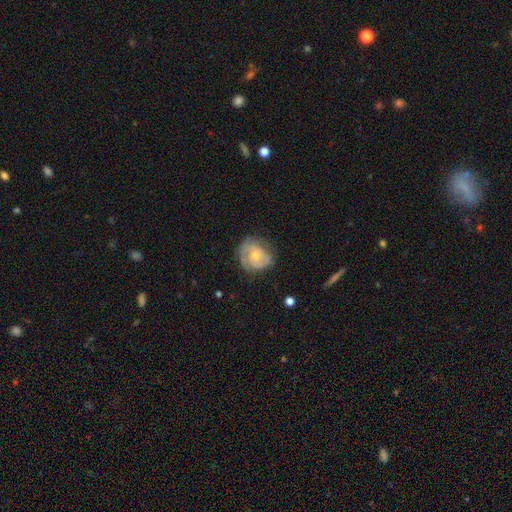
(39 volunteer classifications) smooth_or_featured: featured or disk (p=0.74) [alt: smooth p=0.21]
disk_edge_on: no (p=1.00)
bar: no (p=0.76) [alt: weak p=0.21]
has_spiral_arms: yes (p=0.93) [alt: no p=0.07]
spiral_winding: tight (p=0.74) [alt: loose p=0.15]
spiral_arm_count: 2 (p=0.70) [alt: can't tell p=0.15]
bulge_size: moderate (p=0.52) [alt: small p=0.41]
merging: none (p=0.59) [alt: minor disturbance p=0.24]